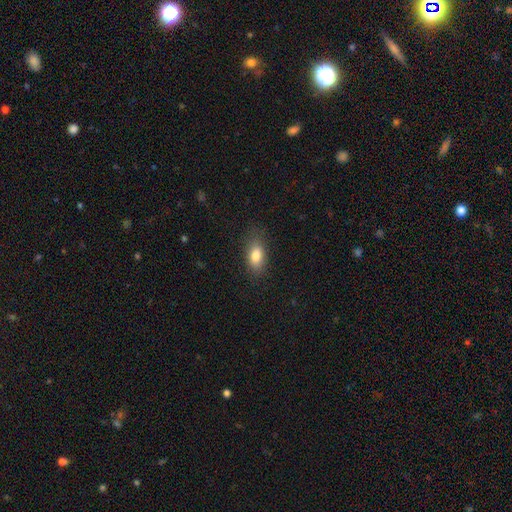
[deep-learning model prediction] Smooth or featured? Predicted: smooth (p=0.81). How rounded? Predicted: in between (p=0.86). Merging? Predicted: none (p=0.80).